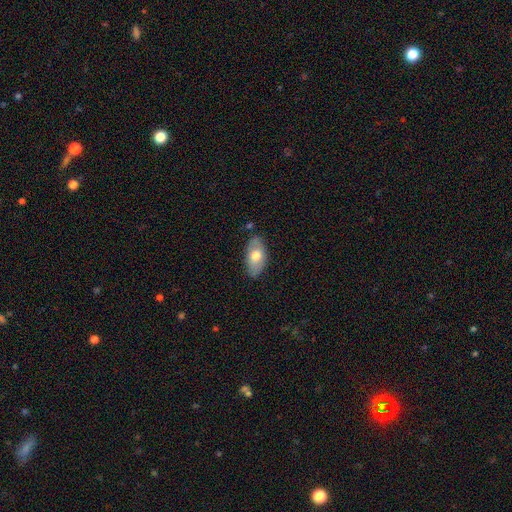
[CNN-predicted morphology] smooth-or-featured: smooth: 64% | featured or disk: 30% | star or artifact: 6%
  how-rounded: in between: 93% | round: 4% | cigar-shaped: 3%
  merging: none: 79% | minor disturbance: 16% | major disturbance: 3% | merger: 2%